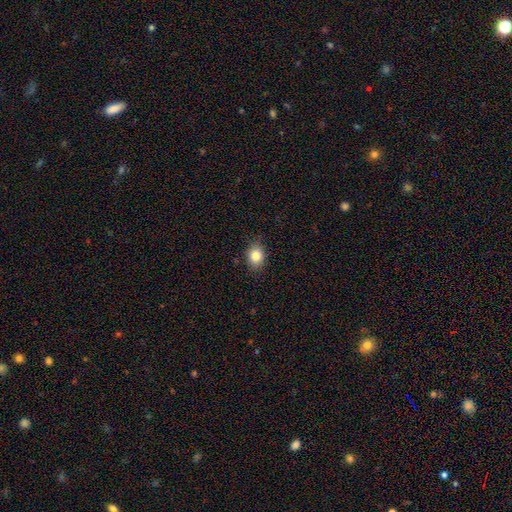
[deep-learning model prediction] A smooth galaxy with no disk features (84%) that is in between round and cigar-shaped (60%).

Vote fractions:
- Smooth or featured? smooth: 84% / star or artifact: 9% / featured or disk: 7%
- How rounded? in between: 60% / round: 39% / cigar-shaped: 1%
- Merging? none: 80% / minor disturbance: 16% / major disturbance: 3% / merger: 1%